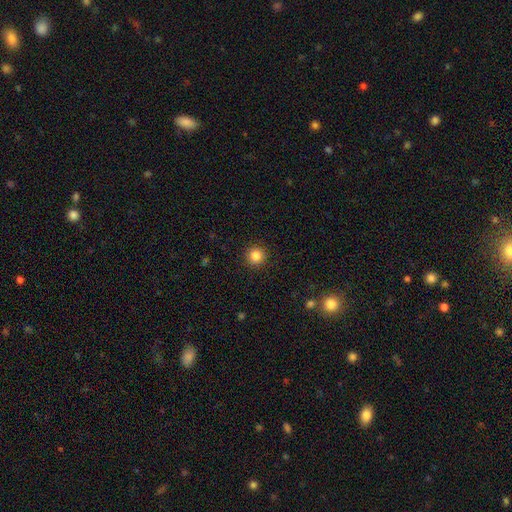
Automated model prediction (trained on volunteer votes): Morphology: type=smooth (85%); roundness=round (95%); merging=none (92%).